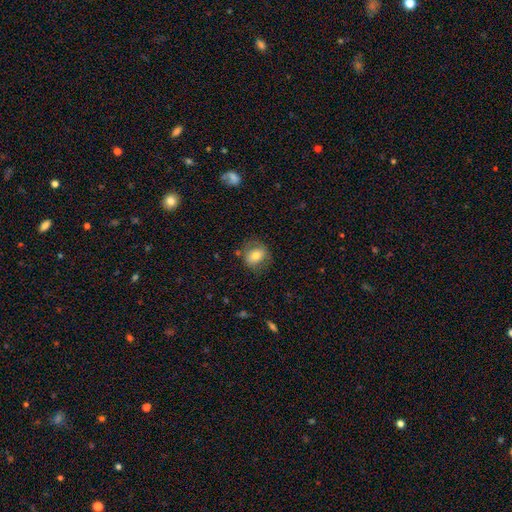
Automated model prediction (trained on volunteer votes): A smooth galaxy with no disk features (66%) that is in between round and cigar-shaped (51%).

Vote fractions:
- Smooth or featured? smooth: 66% / featured or disk: 25% / star or artifact: 8%
- How rounded? in between: 51% / round: 48% / cigar-shaped: 1%
- Merging? none: 72% / minor disturbance: 17% / major disturbance: 9% / merger: 2%